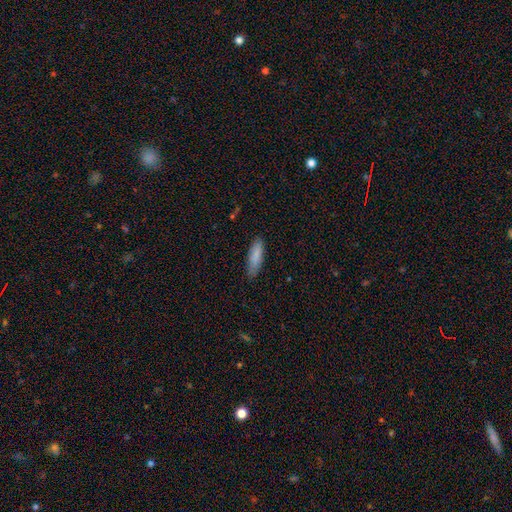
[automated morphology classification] smooth-or-featured: smooth: 85% | featured or disk: 9% | star or artifact: 6%
  how-rounded: cigar-shaped: 52% | in between: 47% | round: 1%
  merging: none: 81% | minor disturbance: 15% | major disturbance: 2% | merger: 1%